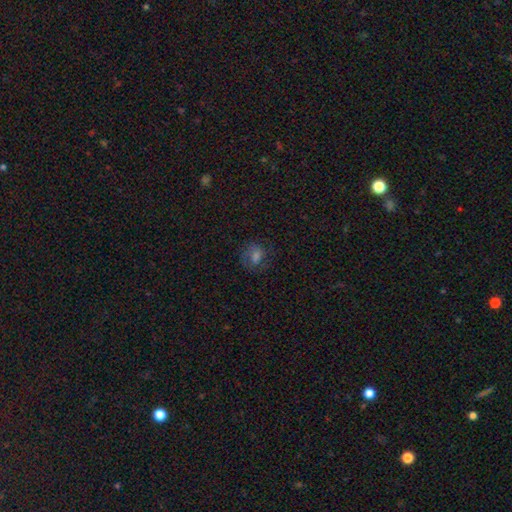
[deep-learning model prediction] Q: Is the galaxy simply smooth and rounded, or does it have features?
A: smooth — 52%.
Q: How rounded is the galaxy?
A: round — 61%.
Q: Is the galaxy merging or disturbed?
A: none — 69%.